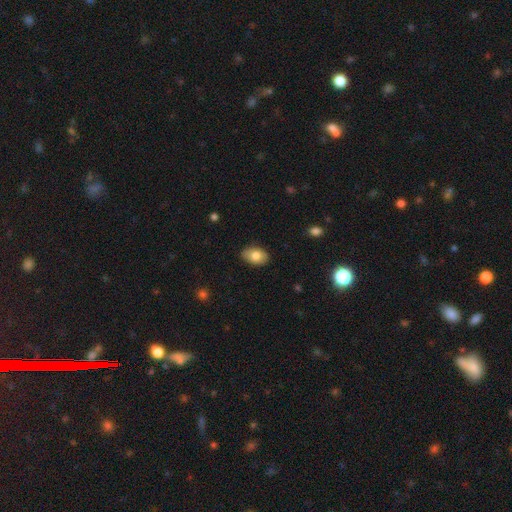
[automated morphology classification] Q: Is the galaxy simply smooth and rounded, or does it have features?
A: smooth — 79%.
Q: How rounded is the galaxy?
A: in between — 88%.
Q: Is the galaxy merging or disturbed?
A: none — 84%.